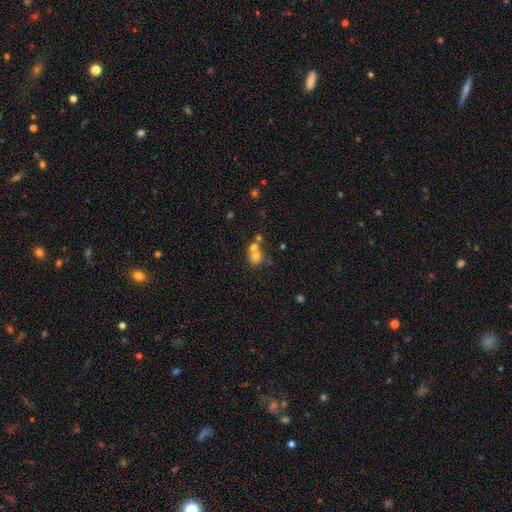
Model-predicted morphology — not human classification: Q: Smooth or featured?
A: smooth (65%); runner-up: featured or disk (22%)
Q: How rounded?
A: round (71%); runner-up: in between (28%)
Q: Merging?
A: merger (56%); runner-up: none (31%)